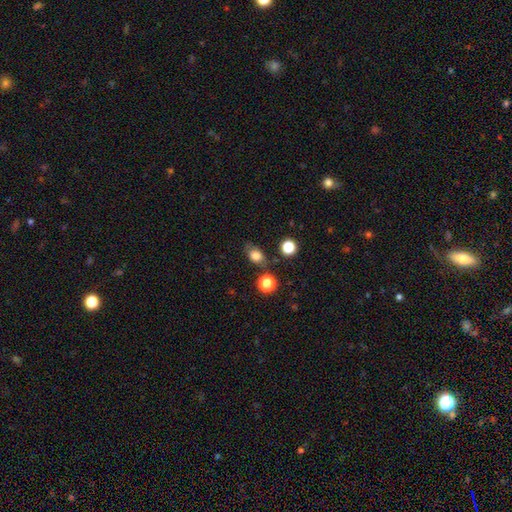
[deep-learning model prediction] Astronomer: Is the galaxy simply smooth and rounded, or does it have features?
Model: smooth — 79%.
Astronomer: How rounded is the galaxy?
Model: in between — 63%.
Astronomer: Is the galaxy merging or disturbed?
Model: none — 68%.